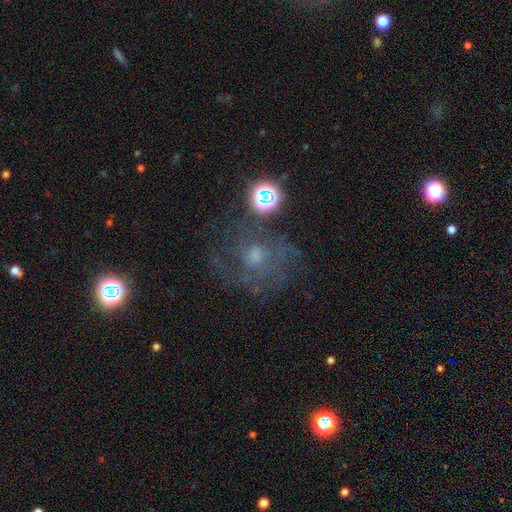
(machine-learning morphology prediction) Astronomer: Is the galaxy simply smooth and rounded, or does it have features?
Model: featured or disk — 54%.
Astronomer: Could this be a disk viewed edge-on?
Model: no — 97%.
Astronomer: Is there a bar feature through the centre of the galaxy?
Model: no — 76%.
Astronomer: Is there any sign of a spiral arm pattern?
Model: yes — 70%.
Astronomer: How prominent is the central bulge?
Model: moderate — 43% (runner-up: small, 39%).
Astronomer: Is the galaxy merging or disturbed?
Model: none — 59%.